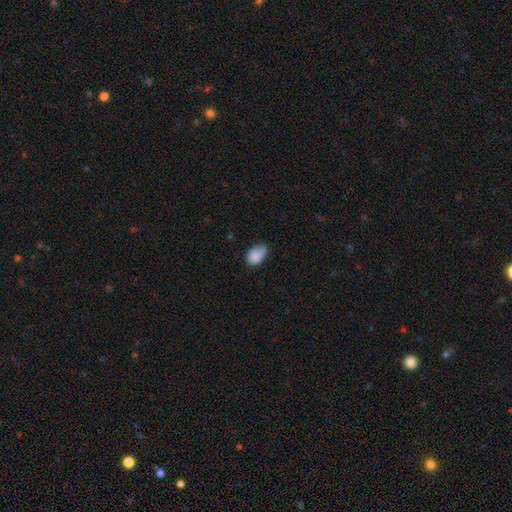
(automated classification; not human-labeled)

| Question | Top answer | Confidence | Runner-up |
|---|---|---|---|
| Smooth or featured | smooth | 85% | star or artifact (8%) |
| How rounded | in between | 86% | round (12%) |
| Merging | none | 52% | minor disturbance (38%) |